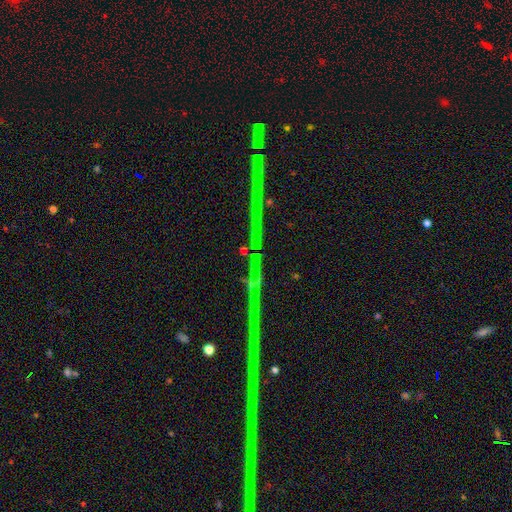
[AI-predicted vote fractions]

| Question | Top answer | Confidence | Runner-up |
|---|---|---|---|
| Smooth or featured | star or artifact | 60% | featured or disk (33%) |